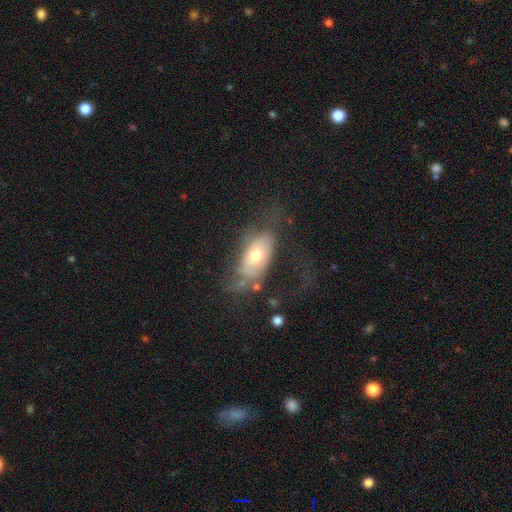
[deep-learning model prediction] A smooth galaxy with no disk features (53%) that is in between round and cigar-shaped (89%).

Vote fractions:
- Smooth or featured? smooth: 53% / featured or disk: 40% / star or artifact: 8%
- How rounded? in between: 89% / cigar-shaped: 5% / round: 5%
- Merging? none: 37% / major disturbance: 35% / minor disturbance: 24% / merger: 4%